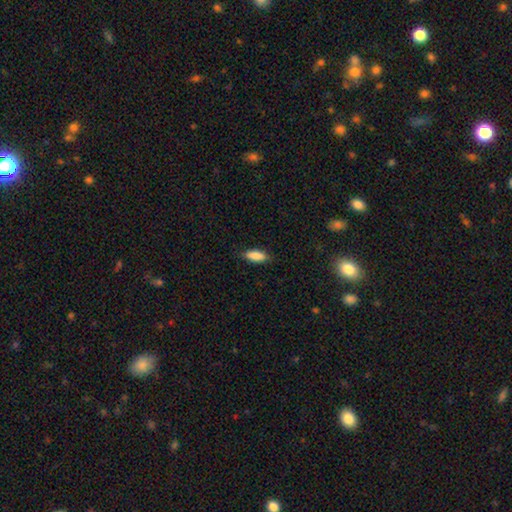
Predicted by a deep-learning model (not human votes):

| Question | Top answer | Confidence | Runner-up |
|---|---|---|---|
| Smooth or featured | smooth | 88% | star or artifact (6%) |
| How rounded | in between | 75% | cigar-shaped (24%) |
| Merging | none | 83% | minor disturbance (13%) |